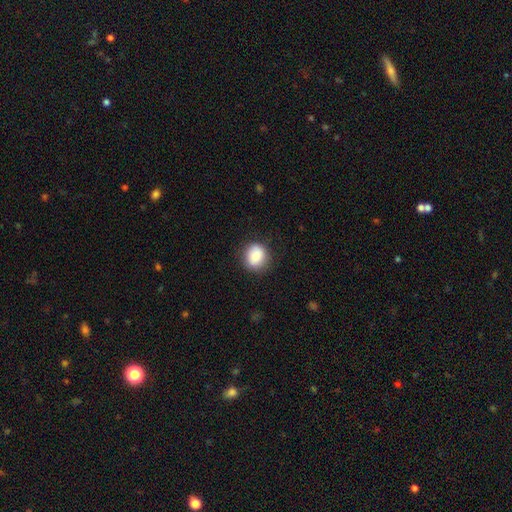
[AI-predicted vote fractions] This is clearly a smooth galaxy (85%). How rounded: likely round (76%). Merging: clearly none (83%).